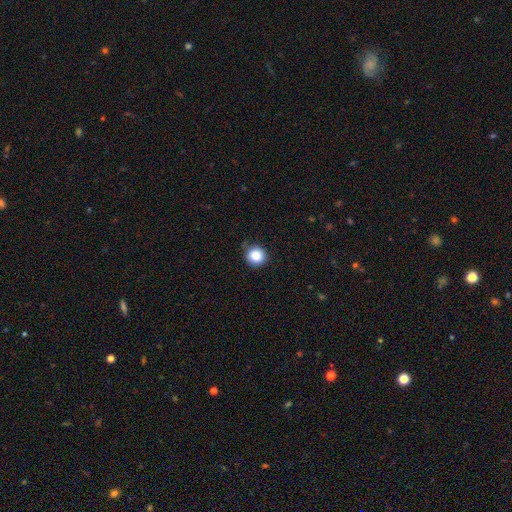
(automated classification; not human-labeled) Smooth or featured? Predicted: smooth (p=0.86). How rounded? Predicted: round (p=0.93). Merging? Predicted: none (p=0.82).